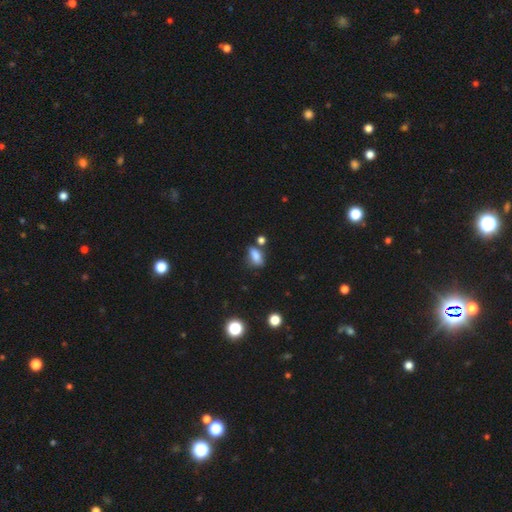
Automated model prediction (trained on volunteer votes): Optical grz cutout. It shows a smooth galaxy with no disk features (80%) that is in between round and cigar-shaped (79%). Merging: none (57%).